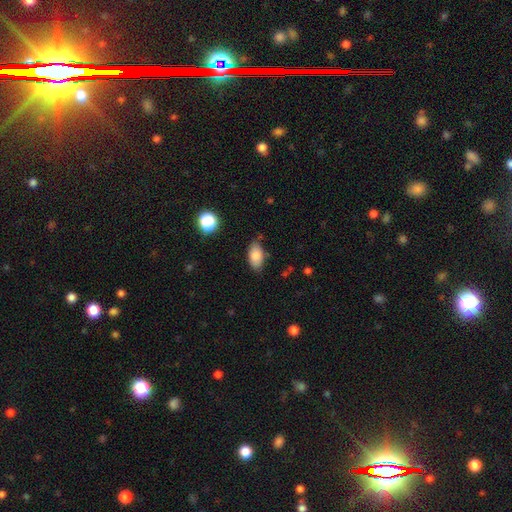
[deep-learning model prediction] smooth_or_featured: smooth (p=0.85) [alt: star or artifact p=0.08]
how_rounded: in between (p=0.92) [alt: round p=0.05]
merging: none (p=0.76) [alt: minor disturbance p=0.18]